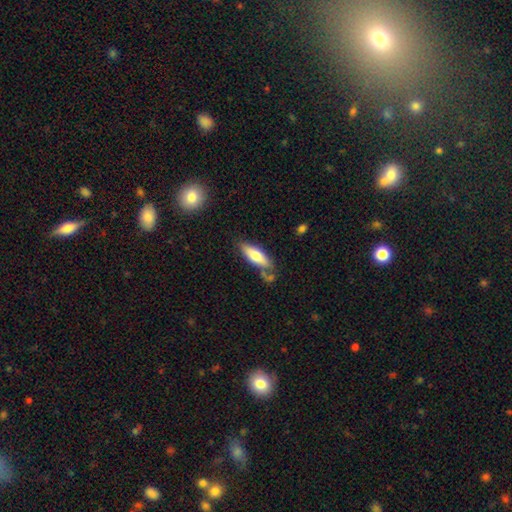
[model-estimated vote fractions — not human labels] A smooth galaxy with no disk features (69%) that is in between round and cigar-shaped (55%). Merging: none (64%).